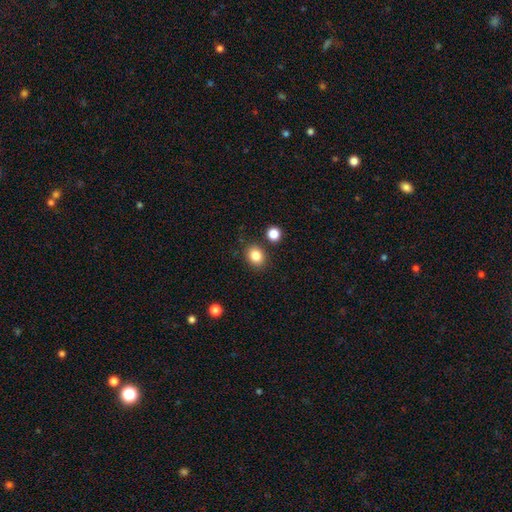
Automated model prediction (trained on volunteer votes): This is clearly a smooth galaxy (84%). How rounded: likely round (63%). Merging: clearly none (84%).